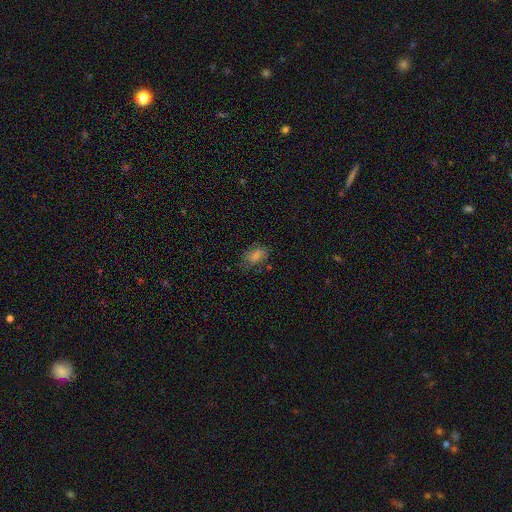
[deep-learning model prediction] The model was most divided on "smooth or featured": smooth: 60%, featured or disk: 21%, star or artifact: 19%. More confident: how rounded — in between (82%); merging — none (71%).